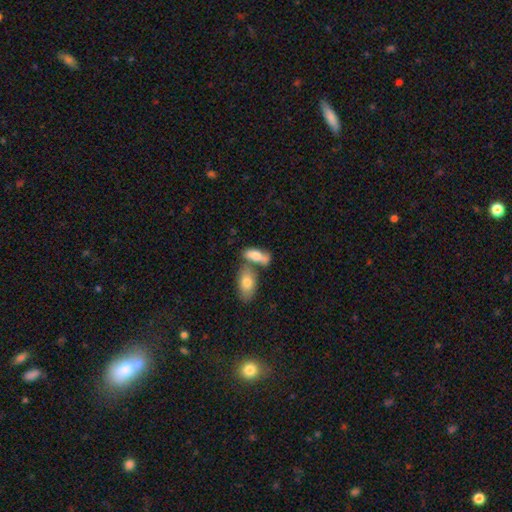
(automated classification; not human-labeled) Smooth or featured? smooth (74%)
How rounded? in between (82%)
Merging? merger (44%)